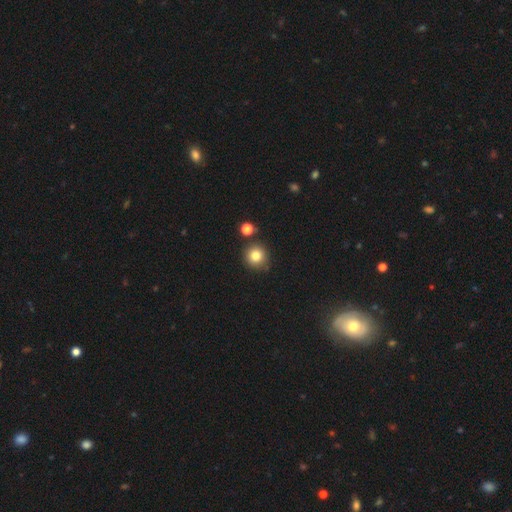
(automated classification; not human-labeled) This is clearly a smooth galaxy (81%). How rounded: clearly round (92%). Merging: likely none (79%).